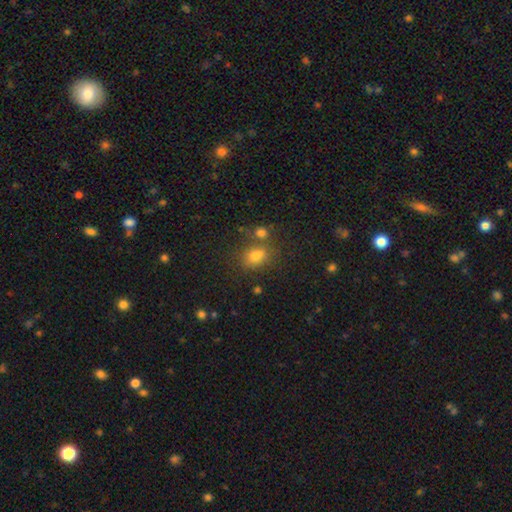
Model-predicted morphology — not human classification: smooth 76%, star or artifact 15%, featured or disk 9%. Down the decision tree: how rounded — in between (57%); merging — none (61%).